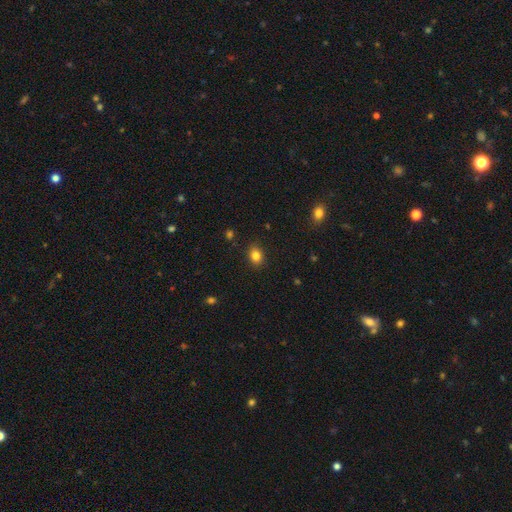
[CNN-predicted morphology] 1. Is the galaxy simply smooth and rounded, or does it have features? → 83% smooth, 11% star or artifact, 6% featured or disk.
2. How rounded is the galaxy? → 59% in between, 40% round, 1% cigar-shaped.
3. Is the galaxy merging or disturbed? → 87% none, 10% minor disturbance, 2% major disturbance, 1% merger.